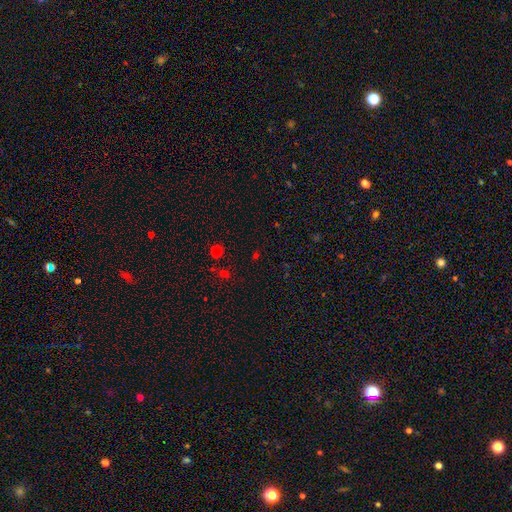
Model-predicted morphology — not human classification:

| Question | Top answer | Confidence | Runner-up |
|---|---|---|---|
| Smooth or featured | star or artifact | 51% | smooth (43%) |